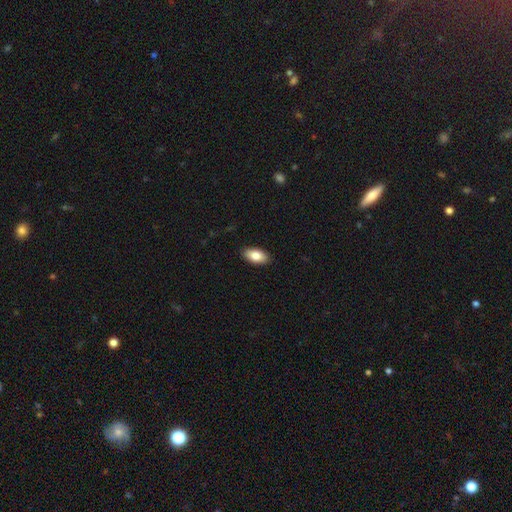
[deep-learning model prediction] Smooth or featured: smooth — 82% (featured or disk — 11%)
How rounded: in between — 93% (cigar-shaped — 4%)
Merging: none — 90% (minor disturbance — 8%)